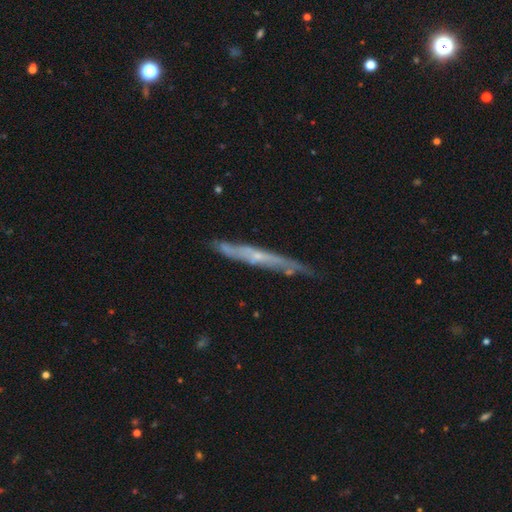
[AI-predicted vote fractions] Q: Smooth or featured?
A: featured or disk (69%); runner-up: smooth (25%)
Q: Edge-on disk?
A: yes (82%); runner-up: no (18%)
Q: Edge-on bulge?
A: none (61%); runner-up: rounded (35%)
Q: Merging?
A: none (70%); runner-up: minor disturbance (24%)